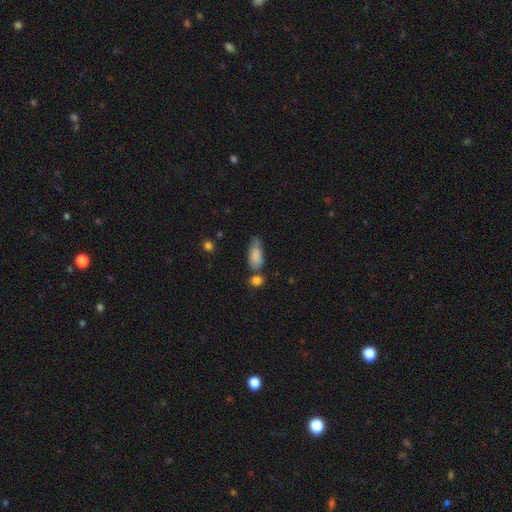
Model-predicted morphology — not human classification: This is clearly a smooth galaxy (83%). How rounded: clearly in between (83%). Merging: marginally none (37%).